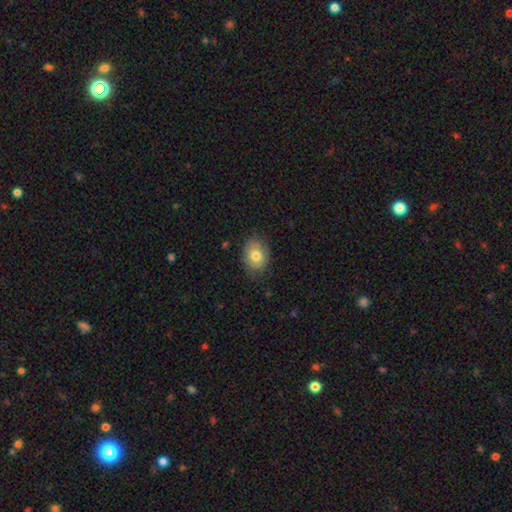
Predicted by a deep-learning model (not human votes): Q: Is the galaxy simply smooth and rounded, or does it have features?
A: smooth — 75%.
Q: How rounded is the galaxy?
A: in between — 58%.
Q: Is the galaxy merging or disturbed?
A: none — 76%.